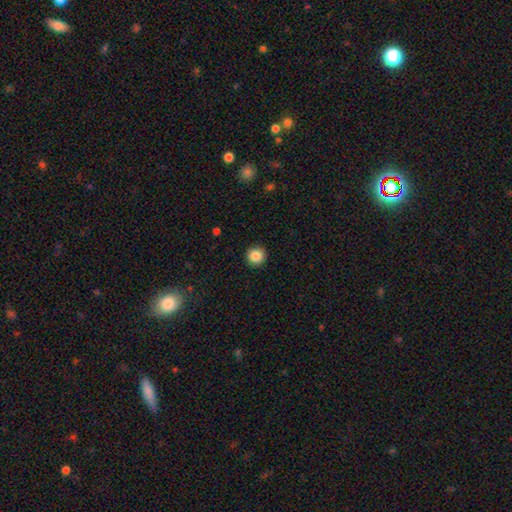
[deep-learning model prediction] Q: Smooth or featured?
A: smooth (87%); runner-up: star or artifact (10%)
Q: How rounded?
A: round (95%); runner-up: in between (4%)
Q: Merging?
A: none (92%); runner-up: minor disturbance (5%)